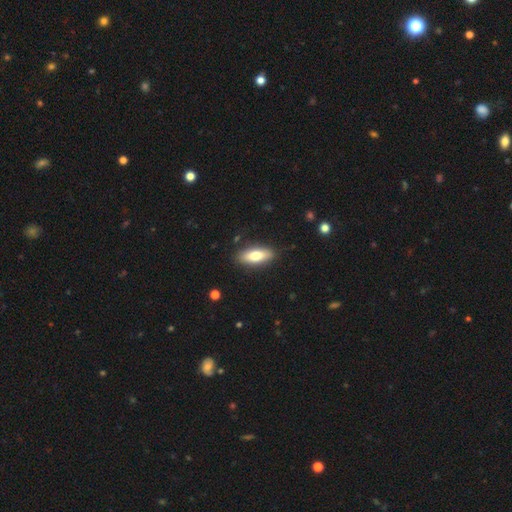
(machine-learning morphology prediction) The model was most divided on "how rounded": in between: 72%, cigar-shaped: 25%, round: 3%. More confident: merging — none (87%); smooth or featured — smooth (73%).